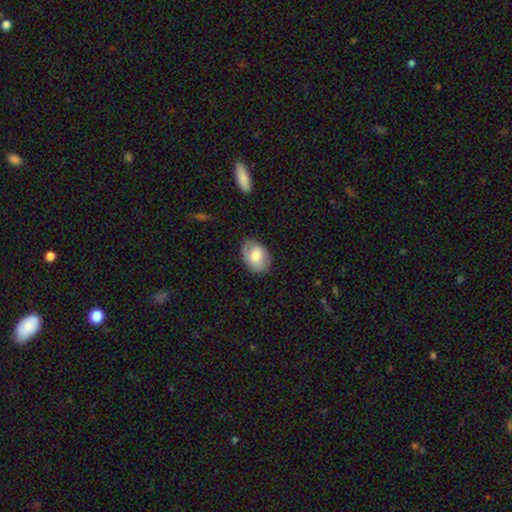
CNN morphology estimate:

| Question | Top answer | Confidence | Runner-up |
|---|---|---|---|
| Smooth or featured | smooth | 70% | featured or disk (23%) |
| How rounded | in between | 83% | round (16%) |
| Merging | none | 78% | minor disturbance (17%) |